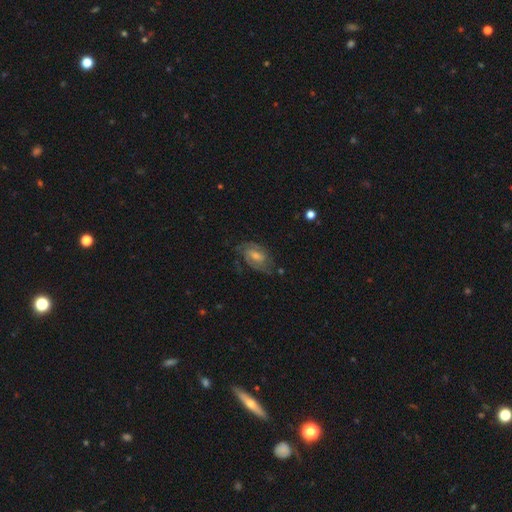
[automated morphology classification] Q: Smooth or featured?
A: featured or disk (72%); runner-up: smooth (17%)
Q: Edge-on disk?
A: no (96%); runner-up: yes (4%)
Q: Bar?
A: weak (47%); runner-up: no (40%)
Q: Spiral arms?
A: yes (91%); runner-up: no (9%)
Q: Spiral winding?
A: tight (46%); runner-up: medium (41%)
Q: Spiral arm count?
A: 2 (58%); runner-up: can't tell (23%)
Q: Bulge size?
A: moderate (49%); runner-up: small (38%)
Q: Merging?
A: none (69%); runner-up: minor disturbance (19%)